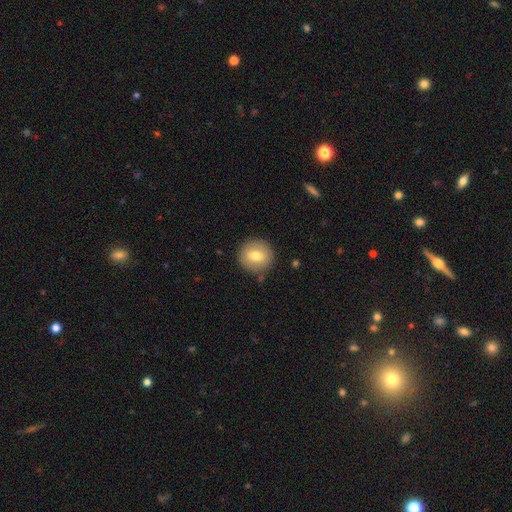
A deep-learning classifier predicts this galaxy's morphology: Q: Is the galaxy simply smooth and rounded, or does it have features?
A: smooth — 71%.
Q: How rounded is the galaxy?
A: round — 88%.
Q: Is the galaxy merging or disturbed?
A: none — 85%.